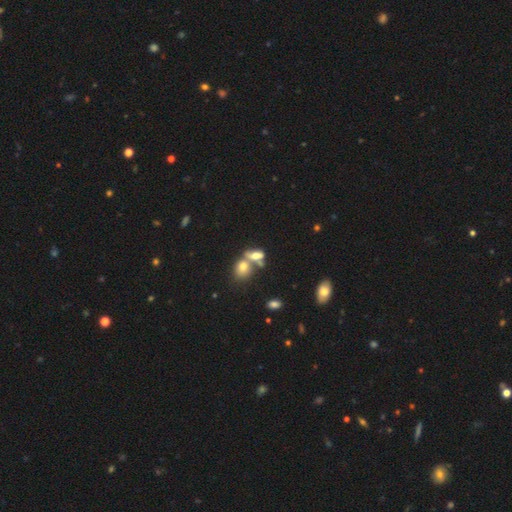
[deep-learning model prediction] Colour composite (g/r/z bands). It shows a smooth galaxy with no disk features (59%) that is in between round and cigar-shaped (72%). Merging: merger (57%).